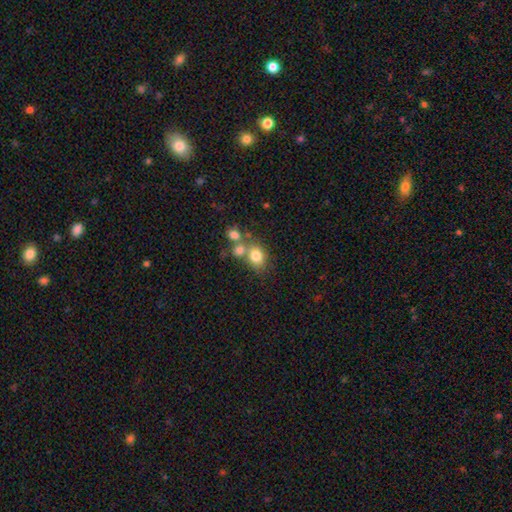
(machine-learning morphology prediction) Q: Smooth or featured?
A: smooth (77%); runner-up: featured or disk (12%)
Q: How rounded?
A: round (56%); runner-up: in between (43%)
Q: Merging?
A: none (46%); runner-up: merger (38%)